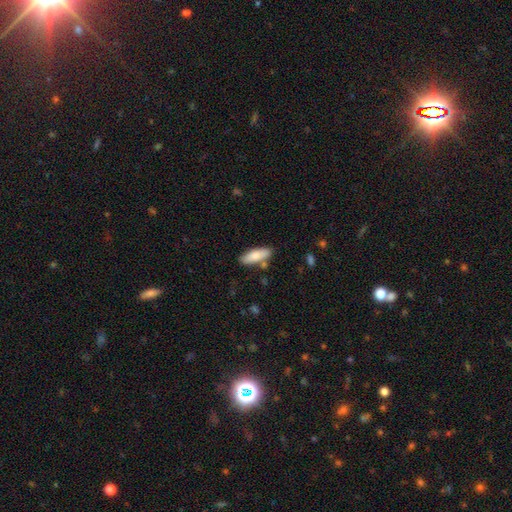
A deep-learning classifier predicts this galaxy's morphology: The model was most divided on "how rounded": in between: 62%, cigar-shaped: 36%, round: 2%. More confident: smooth or featured — smooth (78%); merging — none (77%).